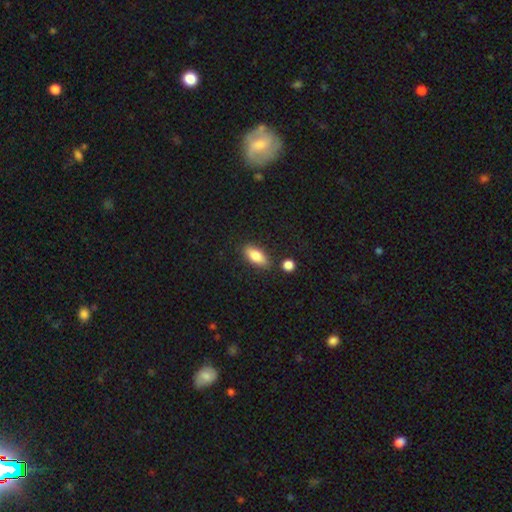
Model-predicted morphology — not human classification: Smooth or featured? Predicted: smooth (p=0.83). How rounded? Predicted: in between (p=0.84). Merging? Predicted: none (p=0.79).